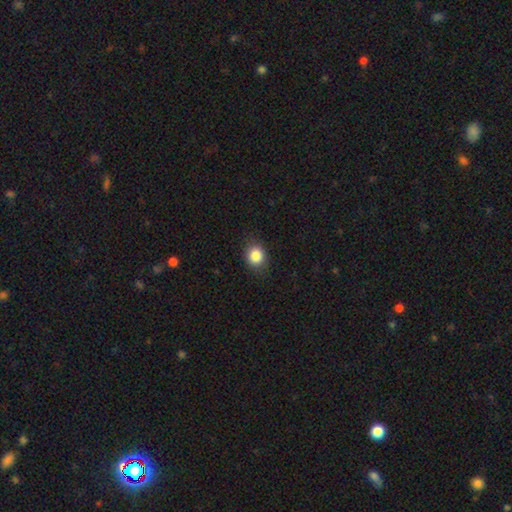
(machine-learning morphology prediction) type=smooth (85%); roundness=round (65%); merging=none (84%).